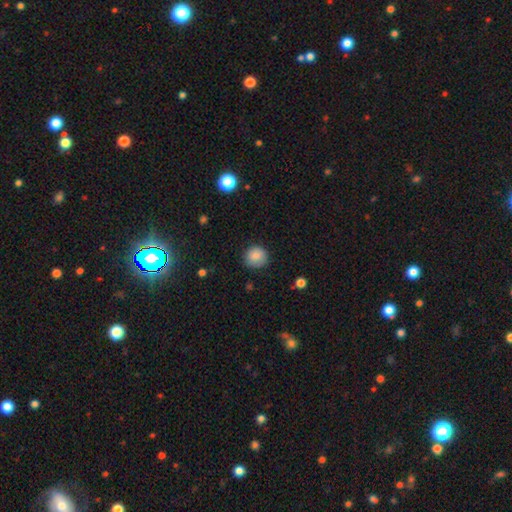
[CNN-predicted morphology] This is clearly a smooth galaxy (86%). How rounded: clearly round (91%). Merging: clearly none (84%).